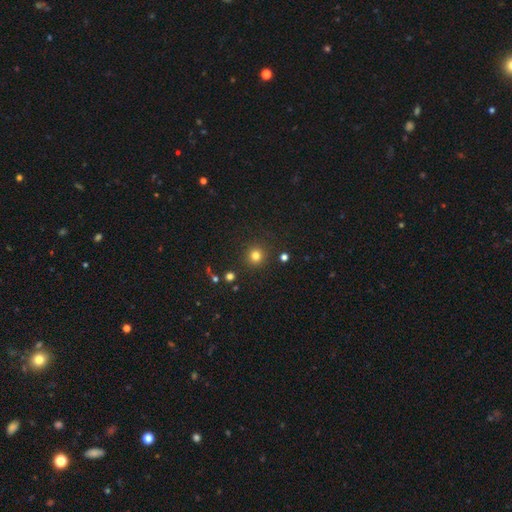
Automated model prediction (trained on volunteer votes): This appears to be a smooth galaxy with no disk features (79%) that is round (94%). Merging: none (90%).